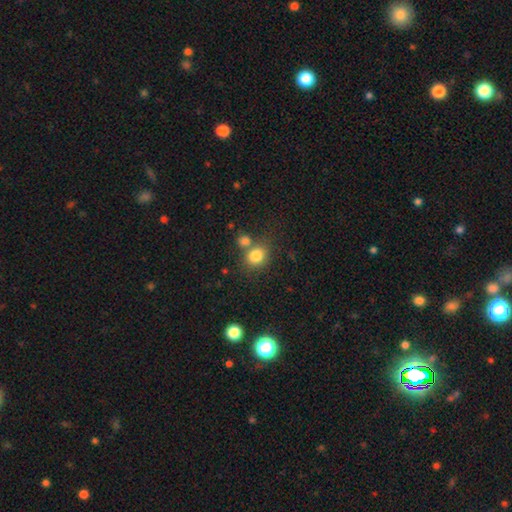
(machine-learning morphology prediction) Smooth or featured? smooth (82%)
How rounded? round (67%)
Merging? none (59%)